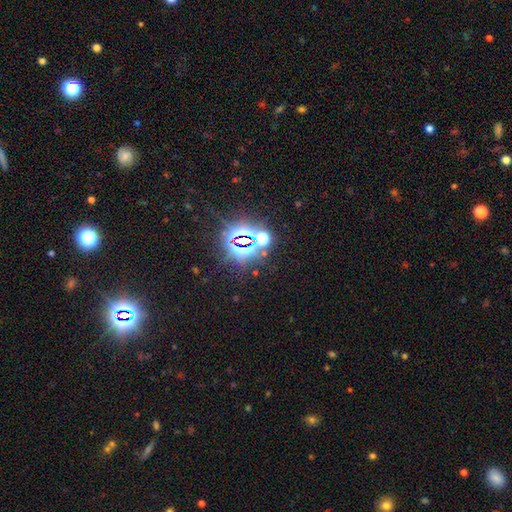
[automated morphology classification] star or artifact 78%, smooth 14%, featured or disk 8%.